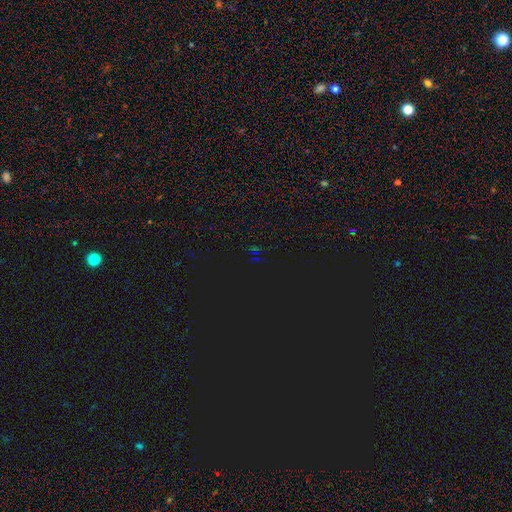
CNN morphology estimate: A star or artifact, not a galaxy (76%).

Vote fractions:
- Smooth or featured? star or artifact: 76% / smooth: 17% / featured or disk: 7%